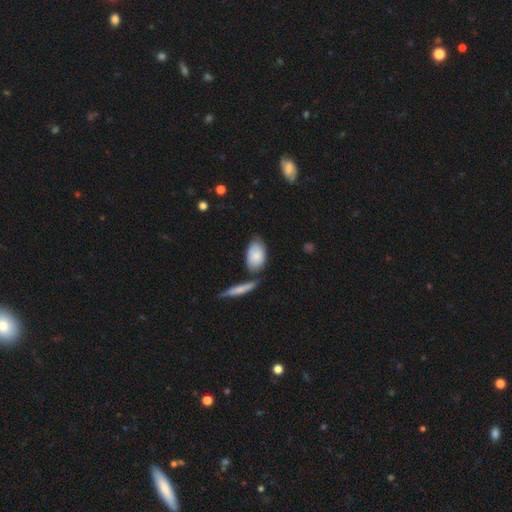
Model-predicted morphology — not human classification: Q: Smooth or featured?
A: smooth (78%); runner-up: featured or disk (16%)
Q: How rounded?
A: in between (91%); runner-up: round (5%)
Q: Merging?
A: none (58%); runner-up: merger (19%)